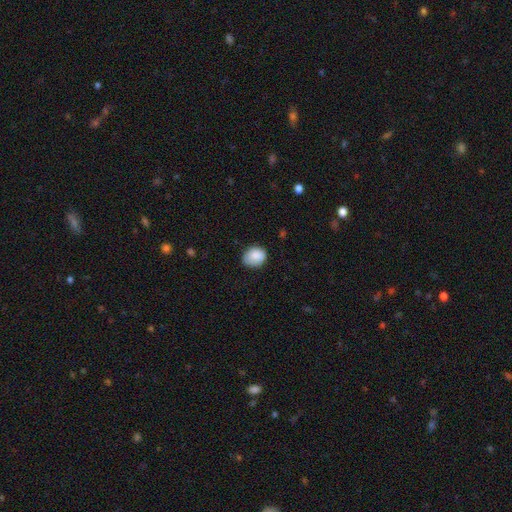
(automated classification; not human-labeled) A smooth galaxy with no disk features (87%) that is round (52%).

Vote fractions:
- Smooth or featured? smooth: 87% / star or artifact: 8% / featured or disk: 5%
- How rounded? round: 52% / in between: 47% / cigar-shaped: 1%
- Merging? none: 68% / minor disturbance: 26% / major disturbance: 5% / merger: 1%